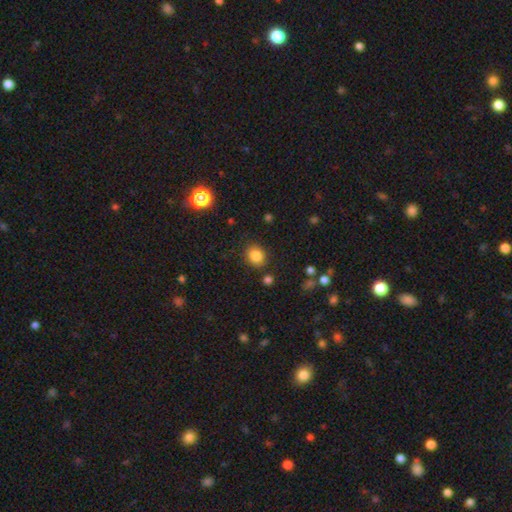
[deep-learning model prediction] smooth_or_featured: smooth (p=0.84) [alt: star or artifact p=0.11]
how_rounded: round (p=0.64) [alt: in between p=0.35]
merging: none (p=0.85) [alt: minor disturbance p=0.09]